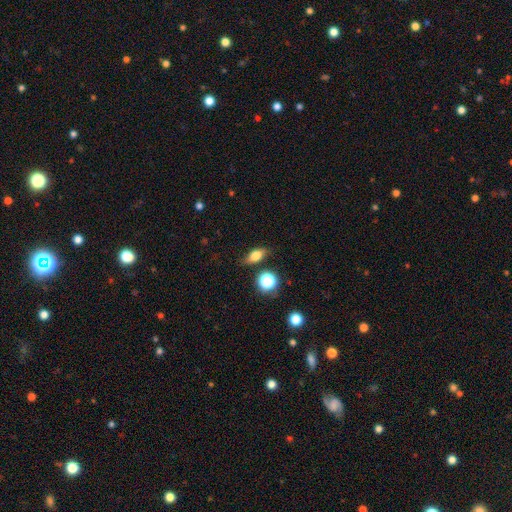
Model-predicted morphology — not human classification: Overall: smooth (69%). How rounded: in between (70%). Merging: none (74%).